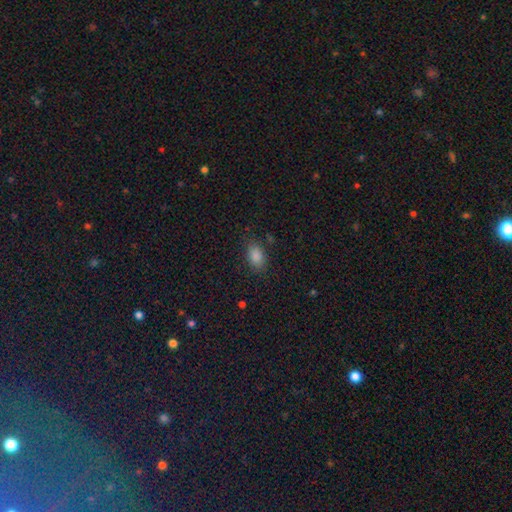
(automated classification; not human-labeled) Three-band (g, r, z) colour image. It shows a smooth galaxy with no disk features (84%) that is in between round and cigar-shaped (87%). Merging: none (83%).